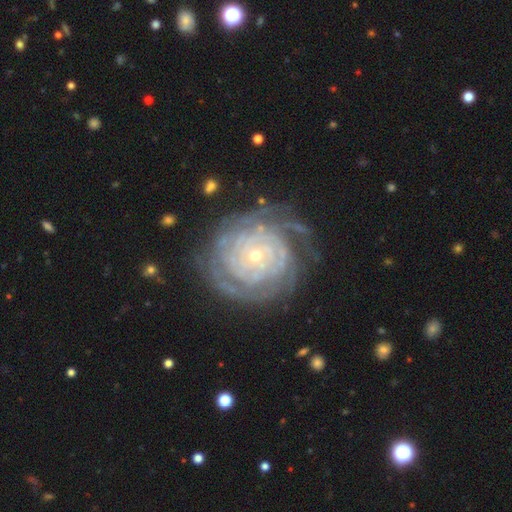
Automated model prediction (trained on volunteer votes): The model was most divided on "spiral arm count": can't tell: 33%, more than 4: 18%, 4: 17%, 3: 13%, 2: 12%, 1: 7%. More confident: edge-on disk — no (97%); spiral arms — yes (96%); smooth or featured — featured or disk (88%); spiral winding — tight (87%); bar — no (81%); merging — none (73%); bulge size — small (70%).